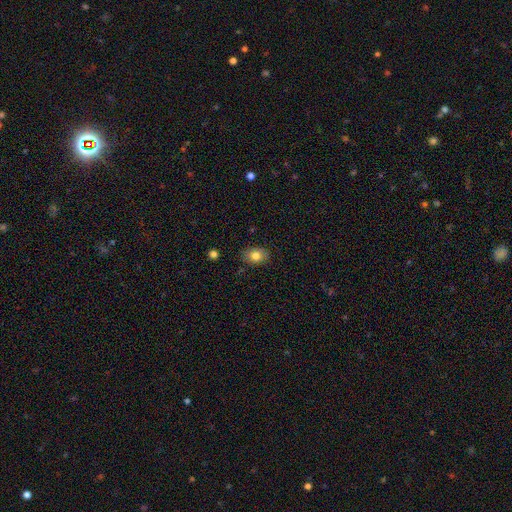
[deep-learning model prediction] smooth_or_featured: smooth (p=0.81) [alt: featured or disk p=0.10]
how_rounded: in between (p=0.73) [alt: round p=0.26]
merging: none (p=0.84) [alt: minor disturbance p=0.12]